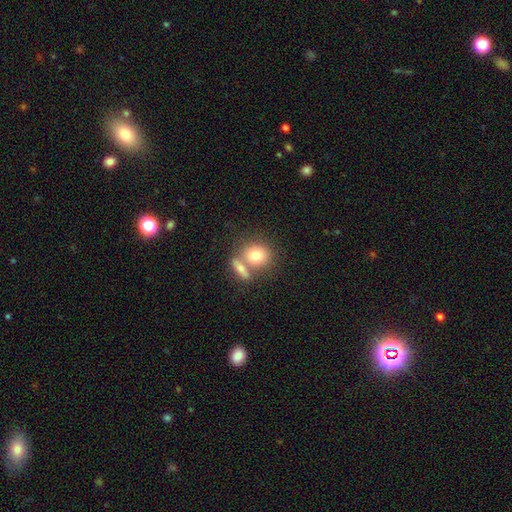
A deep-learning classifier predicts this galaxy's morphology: The model was most divided on "merging": none: 46%, merger: 41%, minor disturbance: 9%, major disturbance: 4%. More confident: smooth or featured — smooth (76%); how rounded — round (72%).